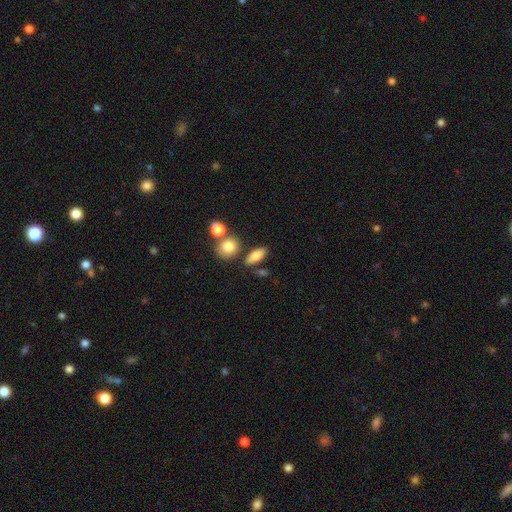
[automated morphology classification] Smooth or featured? smooth (77%)
How rounded? in between (72%)
Merging? none (72%)